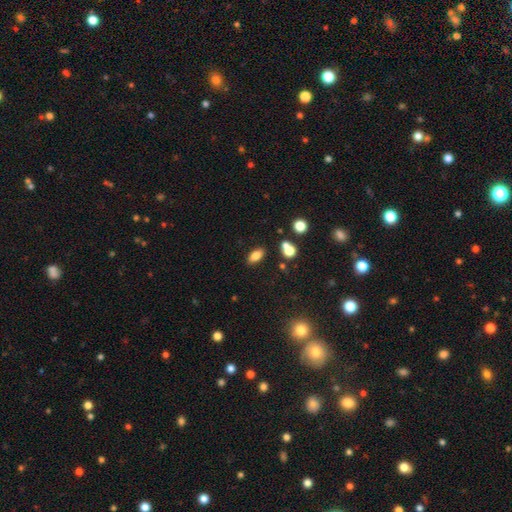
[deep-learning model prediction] This is clearly a smooth galaxy (80%). How rounded: clearly in between (87%). Merging: clearly none (82%).